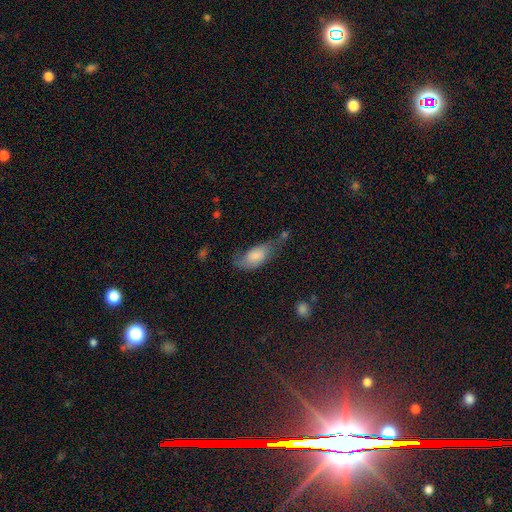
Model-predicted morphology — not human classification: Smooth or featured?
  - smooth: 74% *
  - featured or disk: 19%
  - star or artifact: 7%
How rounded?
  - in between: 90% *
  - cigar-shaped: 7%
  - round: 4%
Merging?
  - minor disturbance: 36% *
  - none: 31%
  - major disturbance: 25%
  - merger: 8%